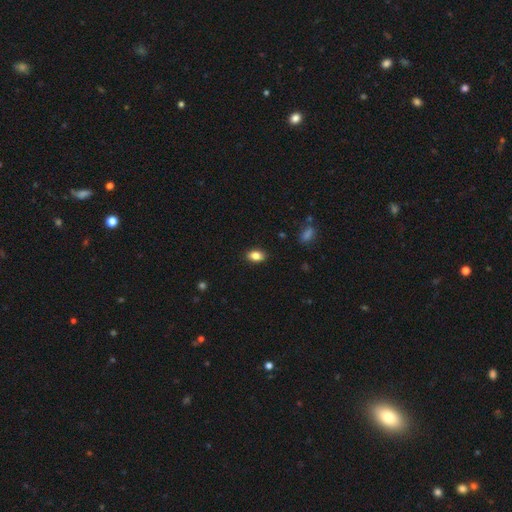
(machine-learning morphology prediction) smooth_or_featured: smooth (p=0.84) [alt: star or artifact p=0.09]
how_rounded: in between (p=0.86) [alt: round p=0.11]
merging: none (p=0.88) [alt: minor disturbance p=0.09]